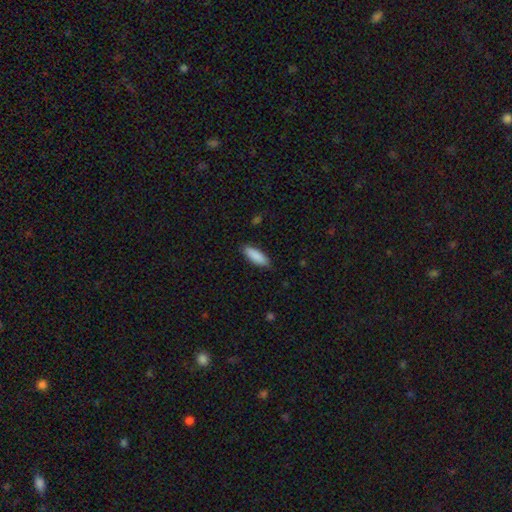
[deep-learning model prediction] Smooth or featured?
  - smooth: 90% *
  - star or artifact: 6%
  - featured or disk: 5%
How rounded?
  - in between: 60% *
  - cigar-shaped: 38%
  - round: 2%
Merging?
  - none: 87% *
  - minor disturbance: 10%
  - major disturbance: 2%
  - merger: 1%